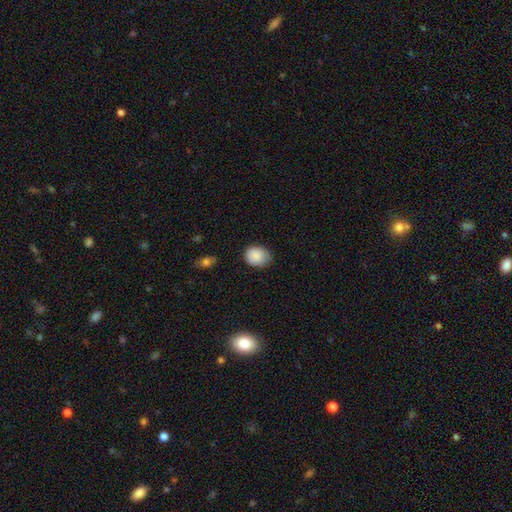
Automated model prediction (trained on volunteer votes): Q: Smooth or featured?
A: smooth (86%); runner-up: star or artifact (8%)
Q: How rounded?
A: round (63%); runner-up: in between (37%)
Q: Merging?
A: none (72%); runner-up: minor disturbance (23%)